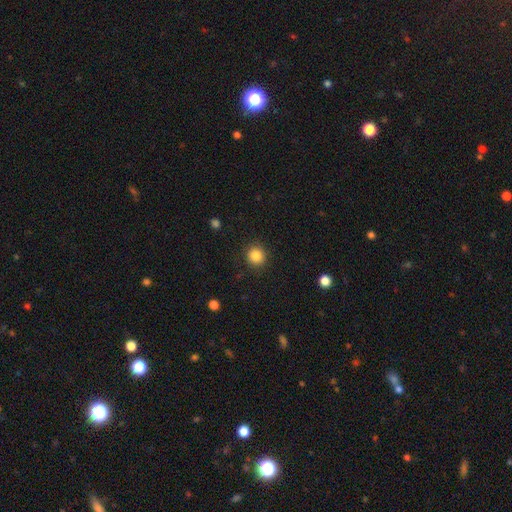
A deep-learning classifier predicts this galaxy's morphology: Overall: smooth (85%). How rounded: round (91%). Merging: none (91%).